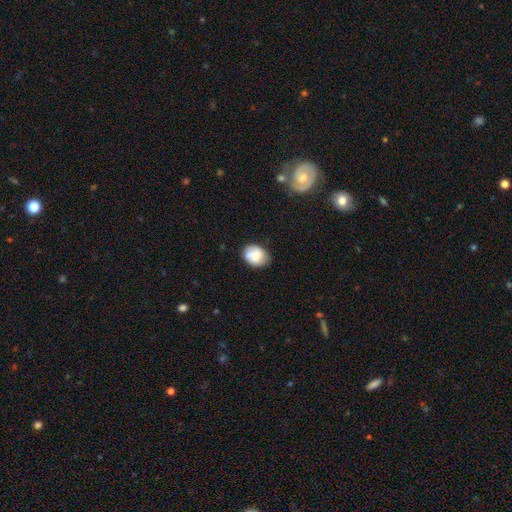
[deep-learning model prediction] This is likely a smooth galaxy (78%). How rounded: possibly in between (56%). Merging: likely none (68%).